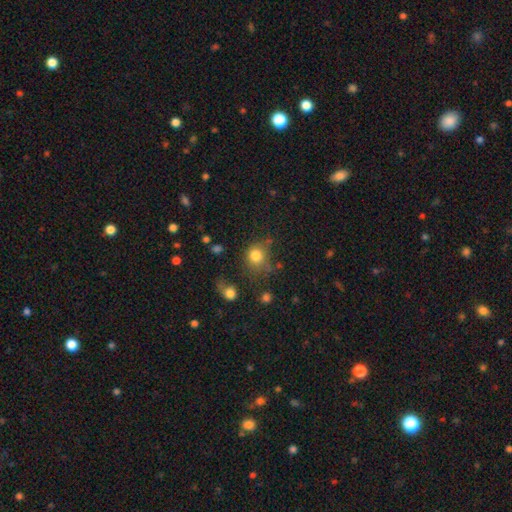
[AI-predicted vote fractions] smooth-or-featured: smooth: 80% | star or artifact: 13% | featured or disk: 7%
  how-rounded: round: 79% | in between: 20% | cigar-shaped: 1%
  merging: none: 62% | minor disturbance: 19% | major disturbance: 10% | merger: 9%